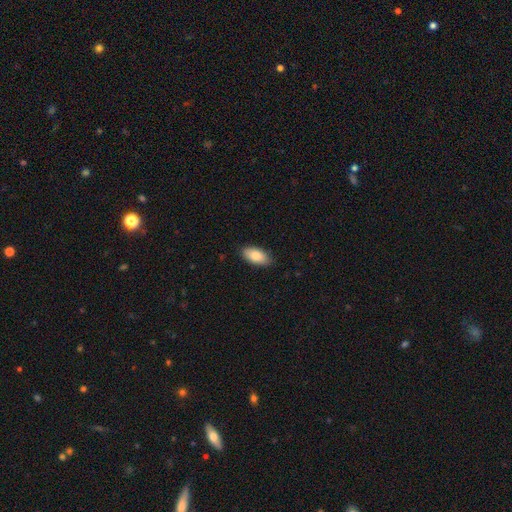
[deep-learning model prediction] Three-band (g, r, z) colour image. It shows a smooth galaxy with no disk features (85%) that is in between round and cigar-shaped (93%). Merging: none (87%).